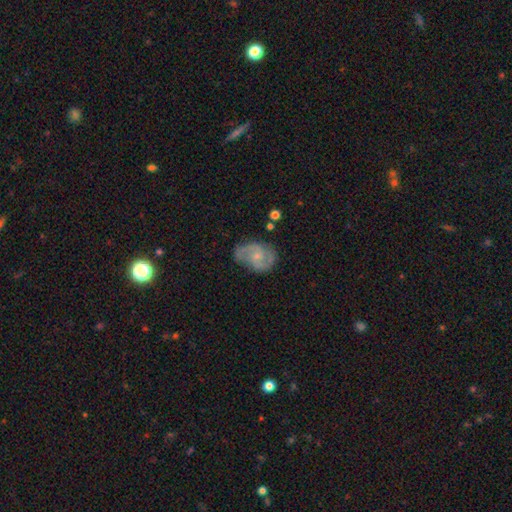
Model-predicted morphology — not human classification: smooth-or-featured: featured or disk: 80% | smooth: 14% | star or artifact: 6%
  disk-edge-on: no: 98% | yes: 2%
    bar: no: 55% | weak: 39% | strong: 6%
    has-spiral-arms: yes: 95% | no: 5%
      spiral-winding: medium: 54% | tight: 24% | loose: 21%
      spiral-arm-count: 2: 86% | can't tell: 6% | 3: 4% | 1: 2% | 4: 1% | more than 4: 1%
    bulge-size: small: 62% | moderate: 27% | none: 8% | large: 1% | dominant: 1%
  merging: none: 67% | minor disturbance: 22% | major disturbance: 8% | merger: 2%